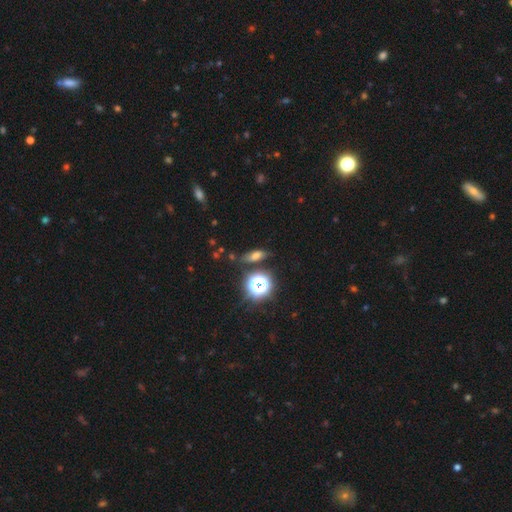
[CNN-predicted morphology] smooth-or-featured: smooth: 60% | star or artifact: 25% | featured or disk: 15%
  how-rounded: in between: 60% | cigar-shaped: 20% | round: 20%
  merging: none: 74% | minor disturbance: 16% | major disturbance: 5% | merger: 5%